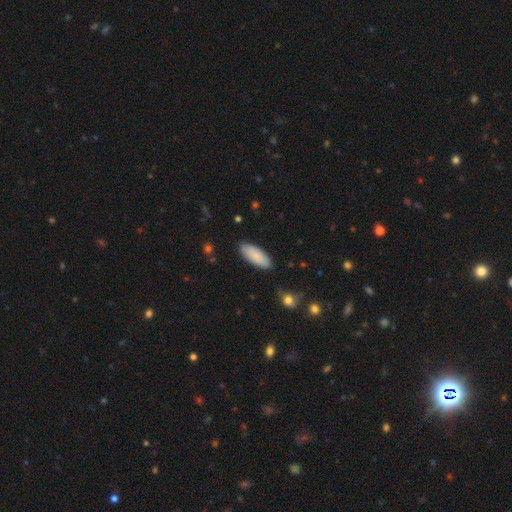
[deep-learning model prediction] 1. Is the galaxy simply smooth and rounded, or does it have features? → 86% smooth, 8% featured or disk, 6% star or artifact.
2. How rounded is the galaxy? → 80% in between, 18% cigar-shaped, 2% round.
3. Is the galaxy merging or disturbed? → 86% none, 10% minor disturbance, 2% major disturbance, 1% merger.